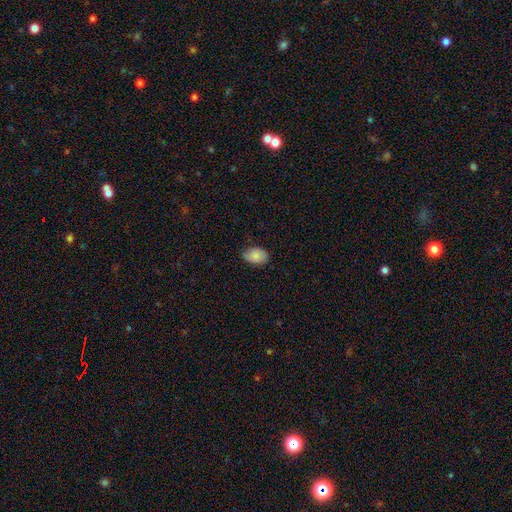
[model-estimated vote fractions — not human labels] smooth-or-featured: smooth: 87% | star or artifact: 7% | featured or disk: 6%
  how-rounded: in between: 89% | round: 10% | cigar-shaped: 1%
  merging: none: 85% | minor disturbance: 12% | major disturbance: 2% | merger: 1%